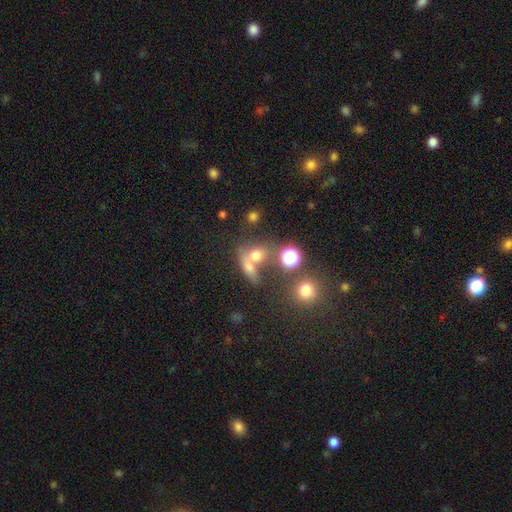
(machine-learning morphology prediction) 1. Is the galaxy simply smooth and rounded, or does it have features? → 54% smooth, 24% star or artifact, 22% featured or disk.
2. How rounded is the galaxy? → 49% round, 42% in between, 9% cigar-shaped.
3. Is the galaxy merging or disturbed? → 41% merger, 40% none, 11% minor disturbance, 9% major disturbance.